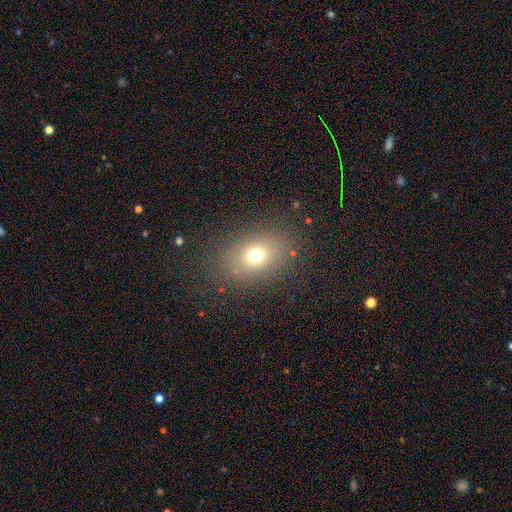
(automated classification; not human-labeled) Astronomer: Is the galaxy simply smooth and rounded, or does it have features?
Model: smooth — 69%.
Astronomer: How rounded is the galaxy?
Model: in between — 63%.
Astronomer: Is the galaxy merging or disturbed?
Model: none — 82%.